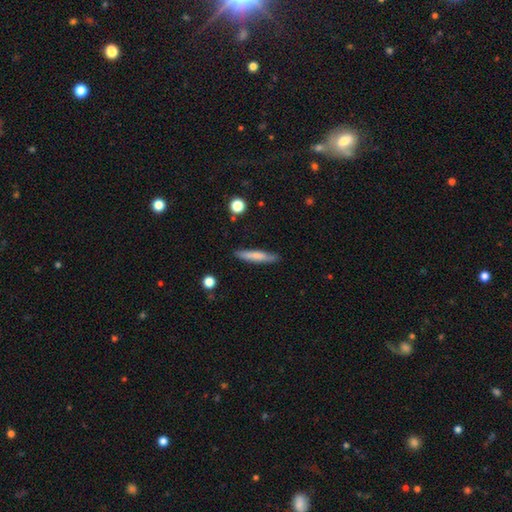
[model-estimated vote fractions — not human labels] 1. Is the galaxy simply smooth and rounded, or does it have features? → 71% smooth, 23% featured or disk, 6% star or artifact.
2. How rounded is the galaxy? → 89% cigar-shaped, 10% in between, 2% round.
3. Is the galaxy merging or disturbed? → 86% none, 11% minor disturbance, 2% major disturbance, 2% merger.